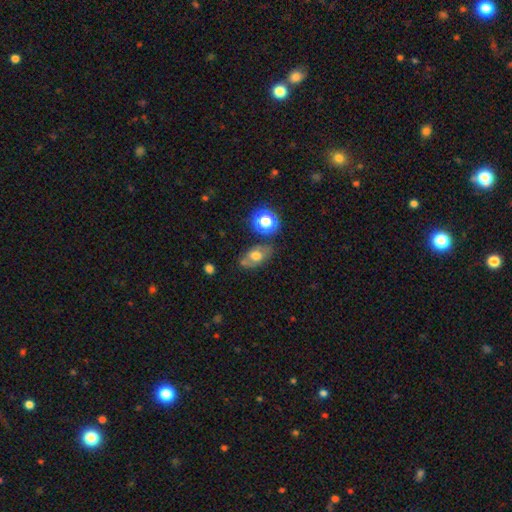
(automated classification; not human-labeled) Smooth or featured? Predicted: smooth (p=0.55). How rounded? Predicted: in between (p=0.79). Merging? Predicted: none (p=0.65).